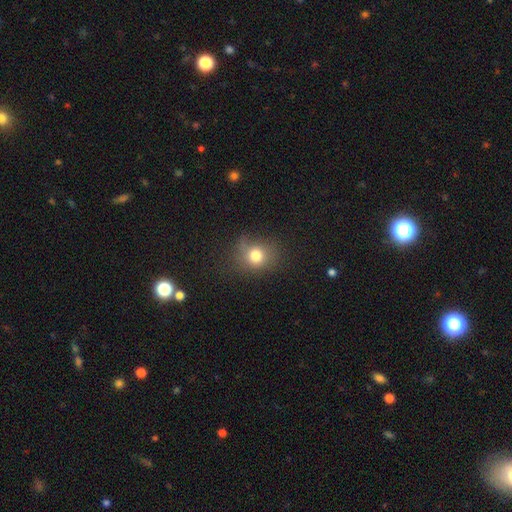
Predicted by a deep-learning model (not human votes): Smooth or featured? Predicted: smooth (p=0.76). How rounded? Predicted: round (p=0.74). Merging? Predicted: none (p=0.64).